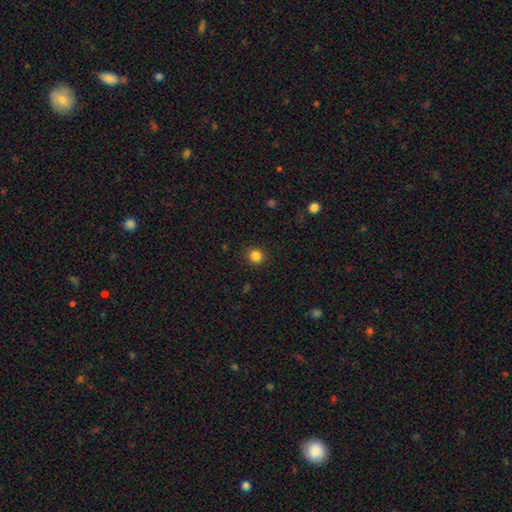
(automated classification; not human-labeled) Q: Smooth or featured?
A: smooth (85%); runner-up: star or artifact (12%)
Q: How rounded?
A: round (90%); runner-up: in between (9%)
Q: Merging?
A: none (90%); runner-up: minor disturbance (7%)